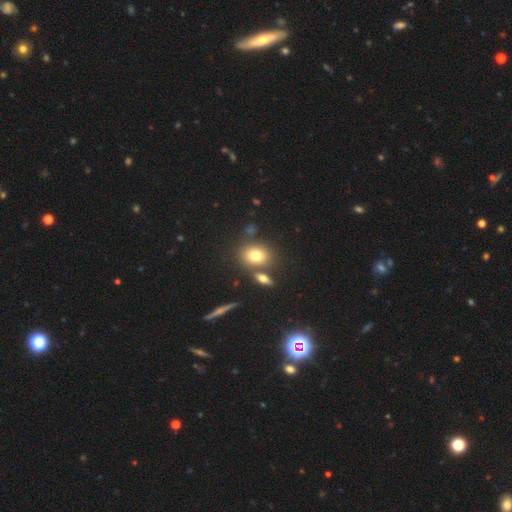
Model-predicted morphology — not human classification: Smooth or featured? smooth (75%)
How rounded? round (50%)
Merging? none (70%)